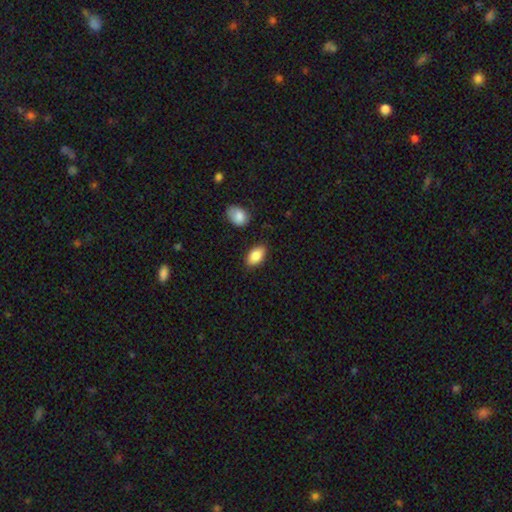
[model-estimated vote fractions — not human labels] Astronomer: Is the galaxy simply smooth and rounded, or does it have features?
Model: smooth — 86%.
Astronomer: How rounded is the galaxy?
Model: in between — 93%.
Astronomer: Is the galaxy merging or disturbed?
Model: none — 84%.